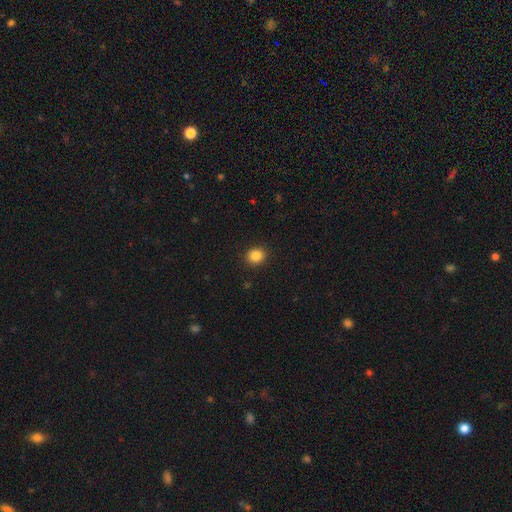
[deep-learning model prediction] This appears to be a smooth galaxy with no disk features (86%) that is round (75%). Merging: none (90%).